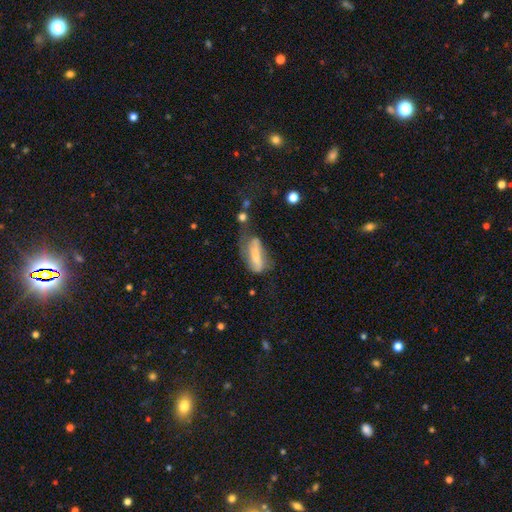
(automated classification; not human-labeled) Overall: smooth (51%; featured or disk 41%). How rounded: in between (66%; cigar-shaped 31%). Merging: major disturbance (34%; none 30%).